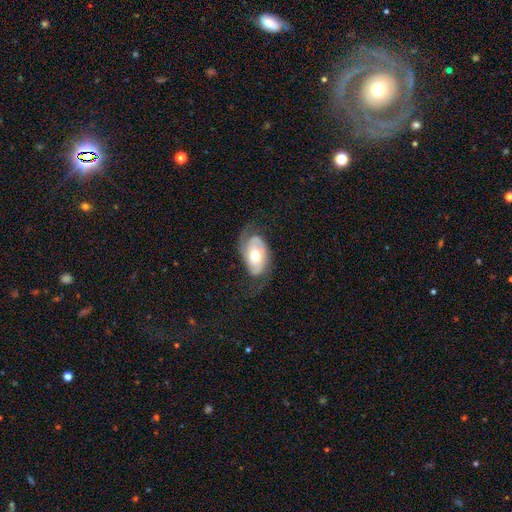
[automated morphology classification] Smooth or featured? featured or disk (74%)
Edge-on disk? no (94%)
Bar? no (64%)
Spiral arms? yes (88%)
Spiral winding? medium (38%)
Spiral arm count? 2 (77%)
Bulge size? moderate (74%)
Merging? none (64%)